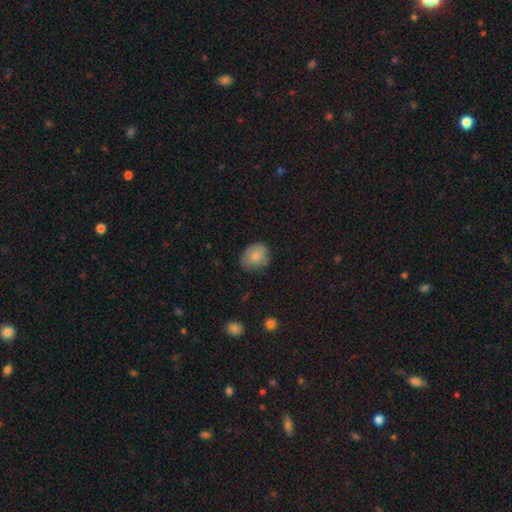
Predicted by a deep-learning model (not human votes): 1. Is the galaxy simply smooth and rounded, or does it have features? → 81% smooth, 12% featured or disk, 8% star or artifact.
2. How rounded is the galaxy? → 51% round, 48% in between, 1% cigar-shaped.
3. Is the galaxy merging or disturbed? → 68% none, 25% minor disturbance, 5% major disturbance, 2% merger.